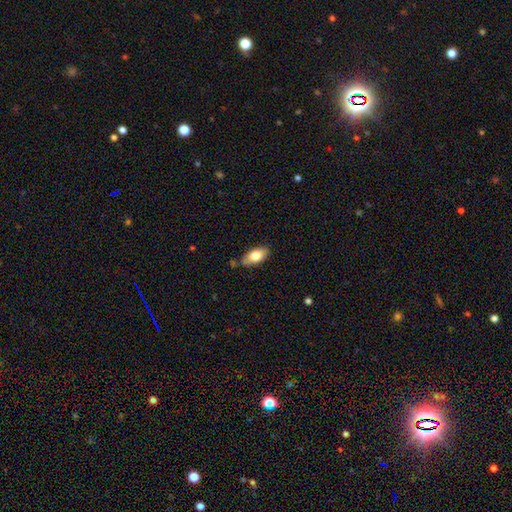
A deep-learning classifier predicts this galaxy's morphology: Smooth or featured? smooth (77%)
How rounded? in between (90%)
Merging? none (73%)